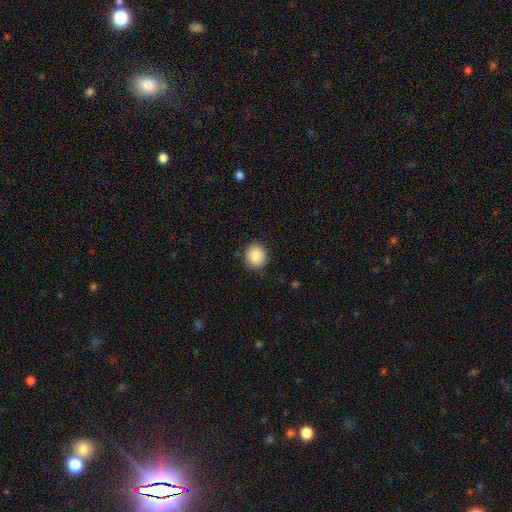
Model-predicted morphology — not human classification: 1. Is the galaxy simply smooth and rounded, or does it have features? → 87% smooth, 8% star or artifact, 4% featured or disk.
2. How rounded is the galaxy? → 83% round, 16% in between, 1% cigar-shaped.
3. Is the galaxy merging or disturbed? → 89% none, 8% minor disturbance, 2% major disturbance, 1% merger.